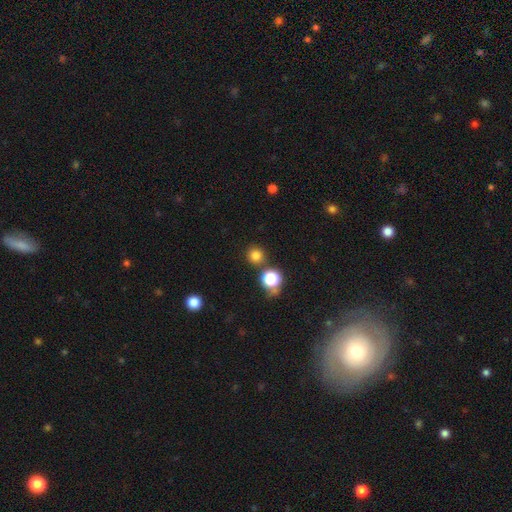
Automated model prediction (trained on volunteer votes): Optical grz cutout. It shows a smooth galaxy with no disk features (78%) that is round (93%). Merging: none (81%).